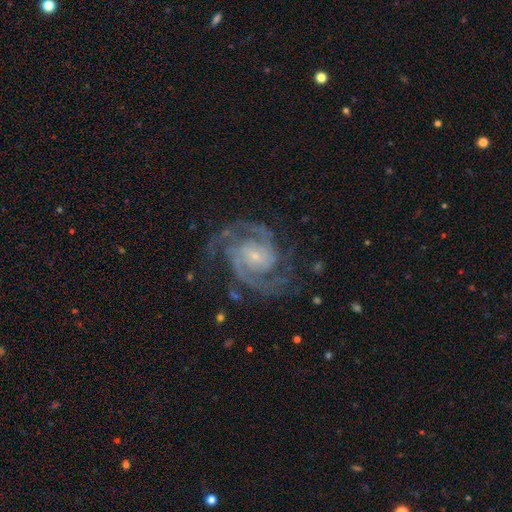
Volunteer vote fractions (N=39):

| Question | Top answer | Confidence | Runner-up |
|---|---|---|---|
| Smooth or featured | featured or disk | 92% | smooth (5%) |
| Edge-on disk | no | 100% | — |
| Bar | no | 53% | weak (39%) |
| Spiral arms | yes | 97% | no (3%) |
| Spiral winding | tight | 60% | medium (40%) |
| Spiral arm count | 2 | 69% | 3 (26%) |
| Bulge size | small | 81% | moderate (14%) |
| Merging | none | 74% | minor disturbance (13%) |